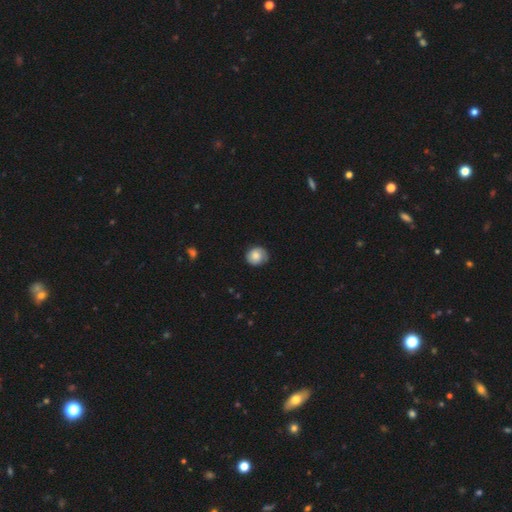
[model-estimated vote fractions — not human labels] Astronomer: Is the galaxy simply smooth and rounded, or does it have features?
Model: smooth — 73%.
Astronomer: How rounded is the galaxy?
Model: round — 82%.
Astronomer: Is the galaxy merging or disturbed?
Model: none — 74%.